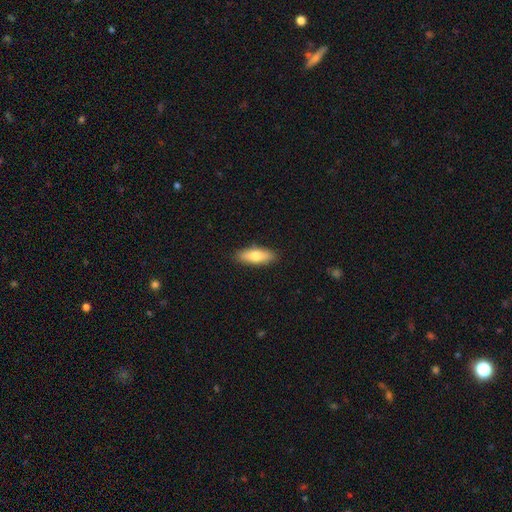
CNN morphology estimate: Smooth or featured? Predicted: smooth (p=0.73). How rounded? Predicted: in between (p=0.66). Merging? Predicted: none (p=0.88).